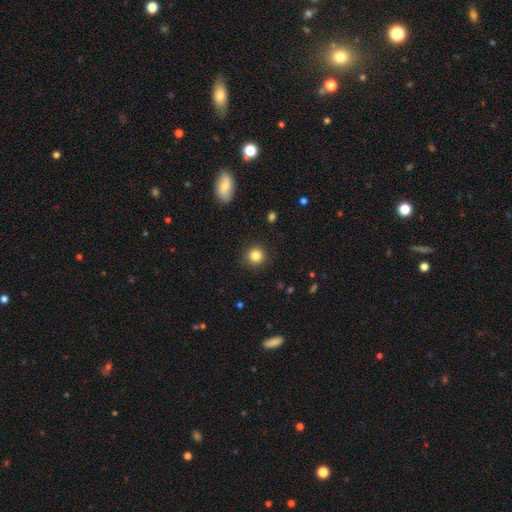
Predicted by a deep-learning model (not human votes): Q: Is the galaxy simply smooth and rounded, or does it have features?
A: smooth — 84%.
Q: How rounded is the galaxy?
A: round — 94%.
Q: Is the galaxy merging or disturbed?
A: none — 91%.